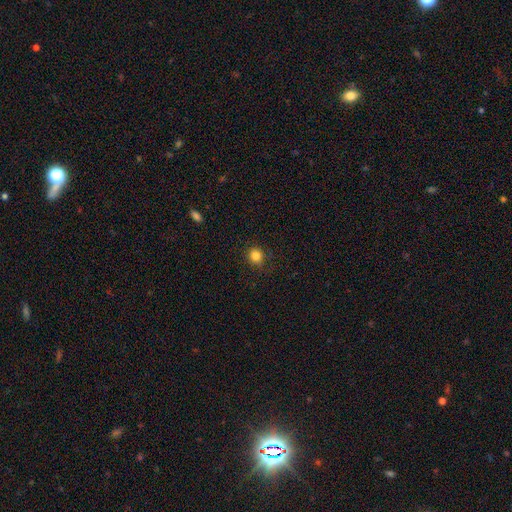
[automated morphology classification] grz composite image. It shows a smooth galaxy with no disk features (83%) that is round (85%). Merging: none (83%).